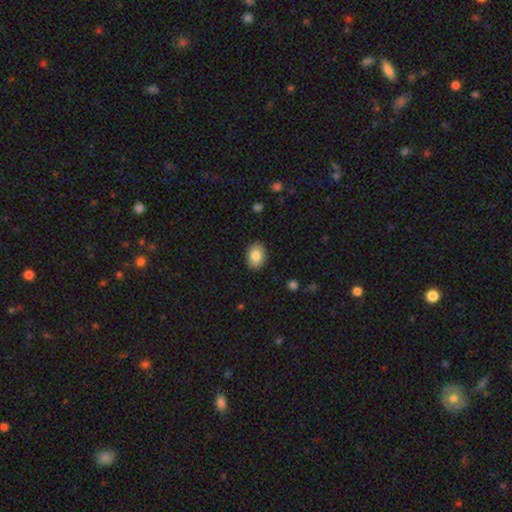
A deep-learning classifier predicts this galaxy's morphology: Smooth or featured: smooth — 84% (featured or disk — 9%)
How rounded: in between — 72% (round — 27%)
Merging: none — 89% (minor disturbance — 8%)